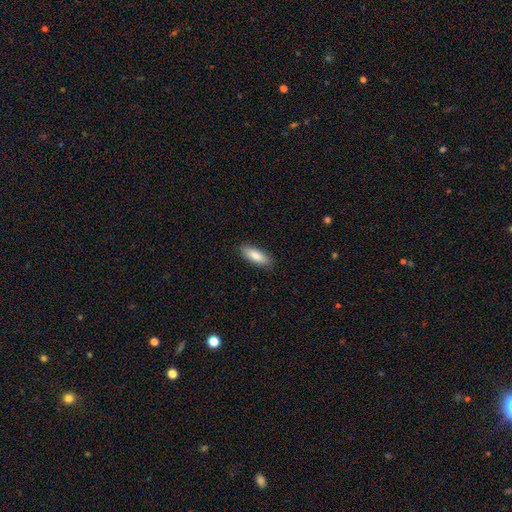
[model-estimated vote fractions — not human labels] smooth-or-featured: smooth: 85% | featured or disk: 9% | star or artifact: 6%
  how-rounded: in between: 67% | cigar-shaped: 31% | round: 2%
  merging: none: 88% | minor disturbance: 9% | major disturbance: 2% | merger: 1%